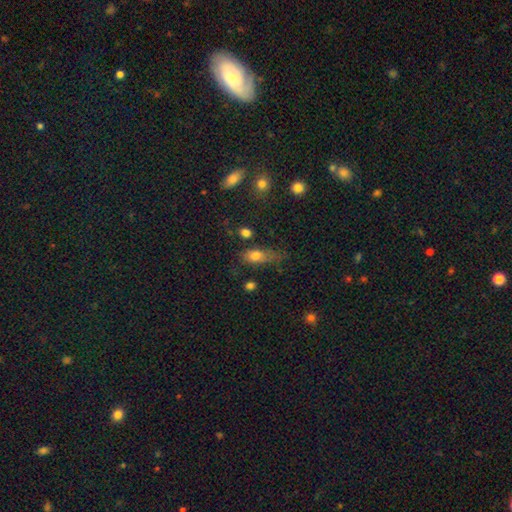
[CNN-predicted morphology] type=smooth (76%); roundness=in between (74%); merging=none (43%).